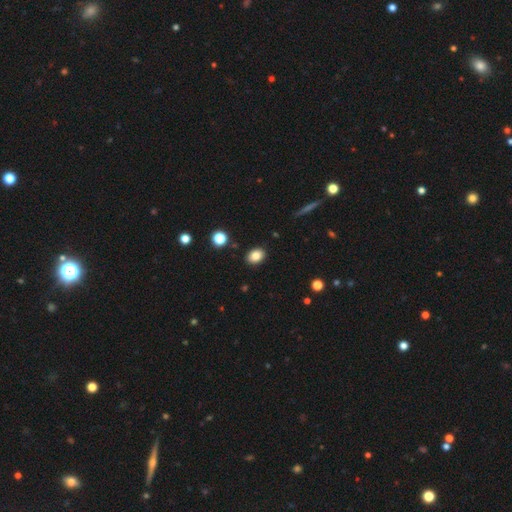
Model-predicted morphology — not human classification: smooth 85%, star or artifact 10%, featured or disk 6%. Down the decision tree: how rounded — in between (65%); merging — none (89%).